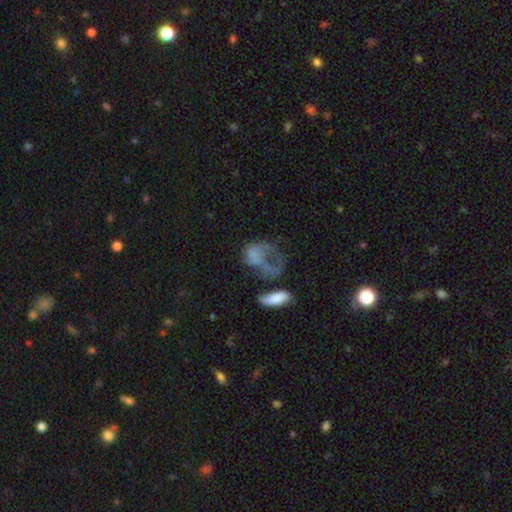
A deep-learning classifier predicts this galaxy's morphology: The model was most divided on "smooth or featured": smooth: 52%, featured or disk: 36%, star or artifact: 12%. Remaining: how rounded — in between (70%); merging — major disturbance (46%).